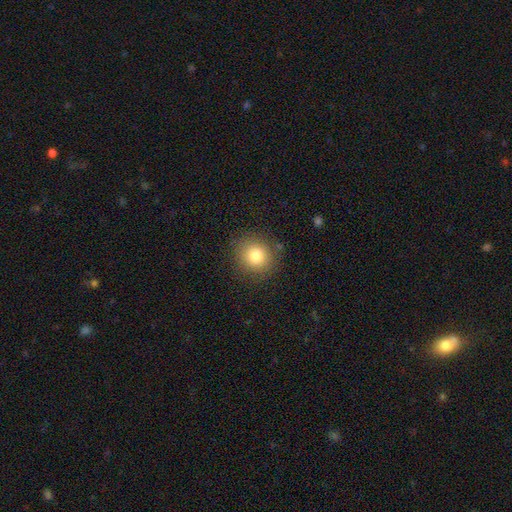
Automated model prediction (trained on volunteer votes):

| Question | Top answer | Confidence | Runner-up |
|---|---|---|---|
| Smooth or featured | smooth | 81% | star or artifact (11%) |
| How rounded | round | 88% | in between (11%) |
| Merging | none | 87% | minor disturbance (9%) |